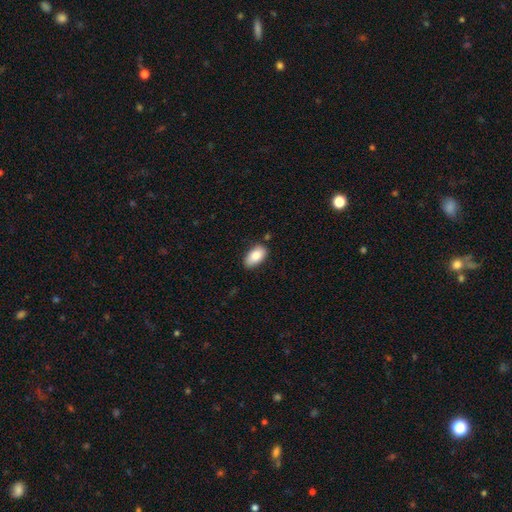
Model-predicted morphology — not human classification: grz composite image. It shows a smooth galaxy with no disk features (85%) that is in between round and cigar-shaped (94%). Merging: none (82%).